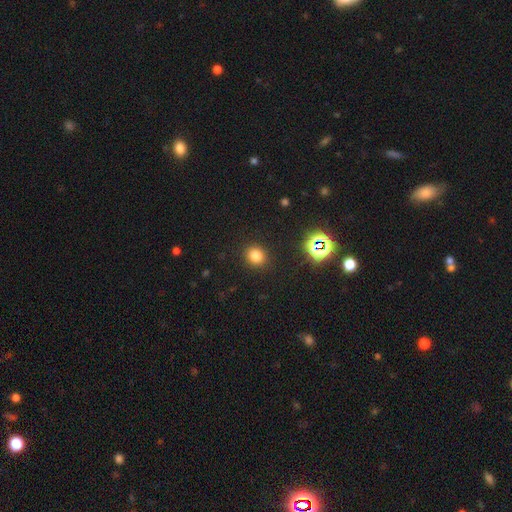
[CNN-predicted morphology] A smooth galaxy with no disk features (77%) that is round (79%). Merging: none (90%).